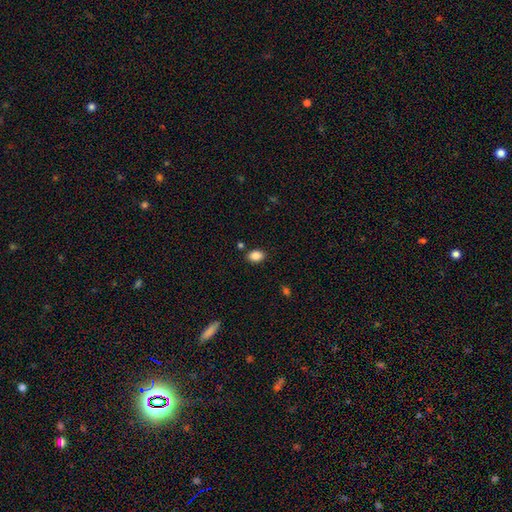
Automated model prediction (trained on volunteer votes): The model was most divided on "how rounded": in between: 80%, round: 19%, cigar-shaped: 1%. More confident: smooth or featured — smooth (87%); merging — none (85%).